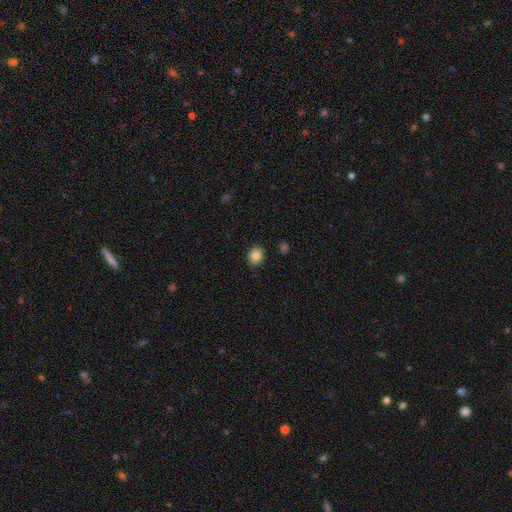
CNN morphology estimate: Smooth or featured? smooth (85%)
How rounded? round (55%)
Merging? none (87%)